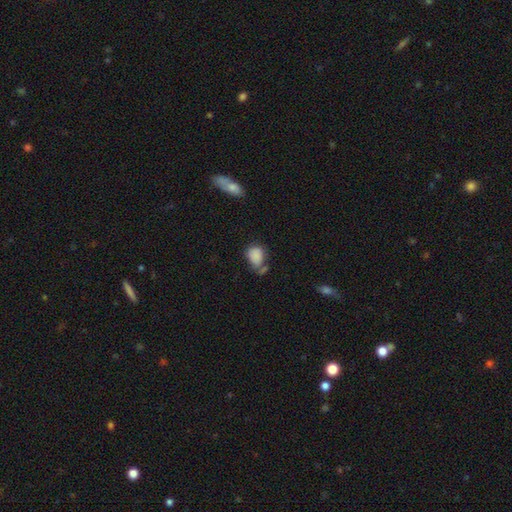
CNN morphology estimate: smooth 84%, star or artifact 9%, featured or disk 7%. Down the decision tree: how rounded — in between (63%); merging — none (43%).